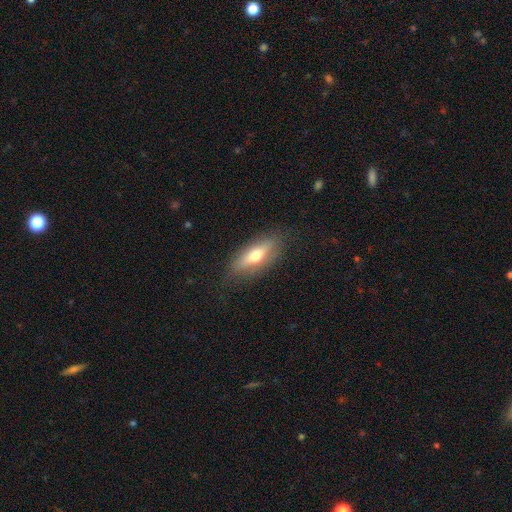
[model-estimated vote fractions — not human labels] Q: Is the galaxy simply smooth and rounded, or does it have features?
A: smooth — 56%.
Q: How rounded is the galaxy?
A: in between — 60%.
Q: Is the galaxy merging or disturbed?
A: none — 80%.